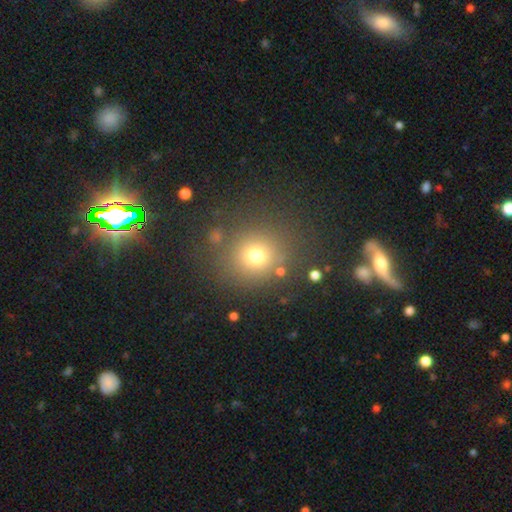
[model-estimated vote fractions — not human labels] smooth_or_featured: smooth (p=0.71) [alt: star or artifact p=0.20]
how_rounded: round (p=0.85) [alt: in between p=0.14]
merging: none (p=0.81) [alt: minor disturbance p=0.10]